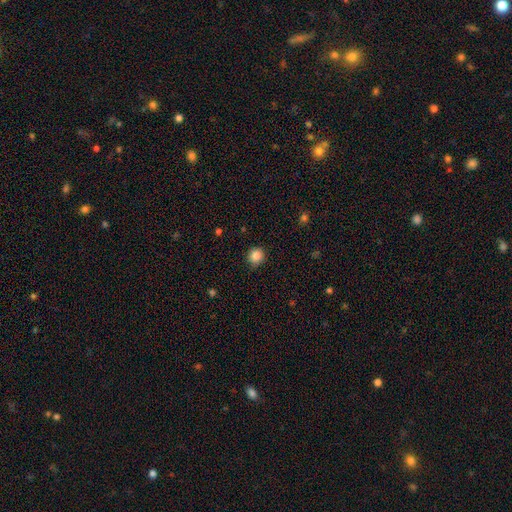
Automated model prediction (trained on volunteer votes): smooth-or-featured: smooth: 85% | star or artifact: 10% | featured or disk: 4%
  how-rounded: round: 89% | in between: 10% | cigar-shaped: 1%
  merging: none: 89% | minor disturbance: 8% | major disturbance: 2% | merger: 1%